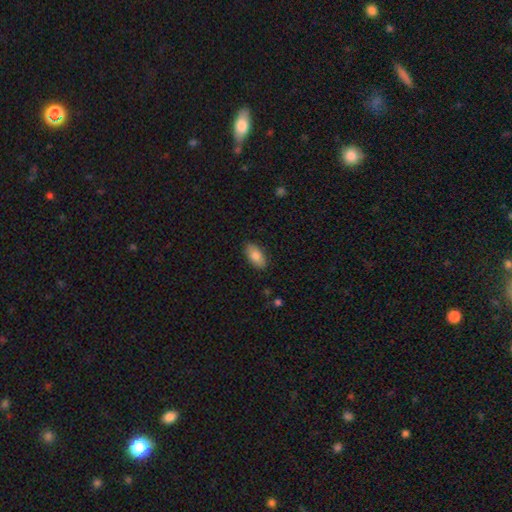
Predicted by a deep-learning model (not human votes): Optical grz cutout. It shows a smooth galaxy with no disk features (83%) that is in between round and cigar-shaped (91%). Merging: none (87%).